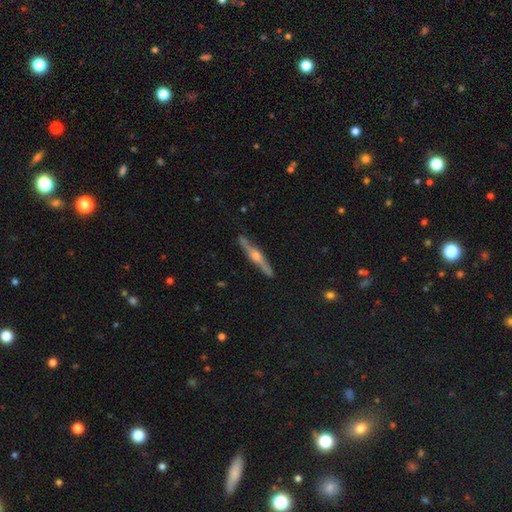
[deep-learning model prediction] Smooth or featured: featured or disk — 77% (smooth — 17%)
Edge-on disk: yes — 97% (no — 3%)
Edge-on bulge: rounded — 88% (boxy — 7%)
Merging: none — 88% (minor disturbance — 9%)